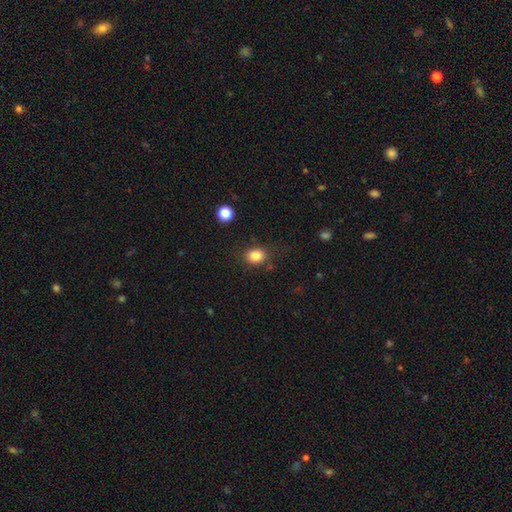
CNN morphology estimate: smooth_or_featured: smooth (p=0.84) [alt: star or artifact p=0.11]
how_rounded: round (p=0.56) [alt: in between p=0.43]
merging: none (p=0.80) [alt: minor disturbance p=0.13]